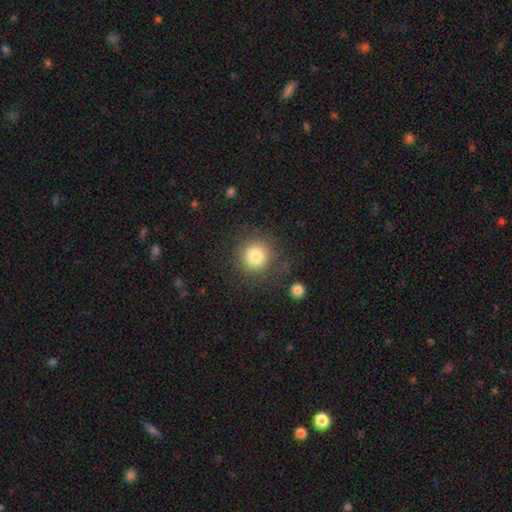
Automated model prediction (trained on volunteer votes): Smooth or featured? Predicted: smooth (p=0.82). How rounded? Predicted: round (p=0.92). Merging? Predicted: none (p=0.83).